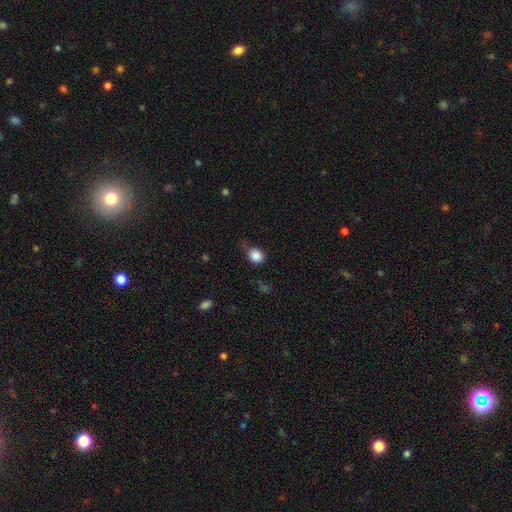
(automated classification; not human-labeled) Smooth or featured? smooth (85%)
How rounded? round (58%)
Merging? none (56%)